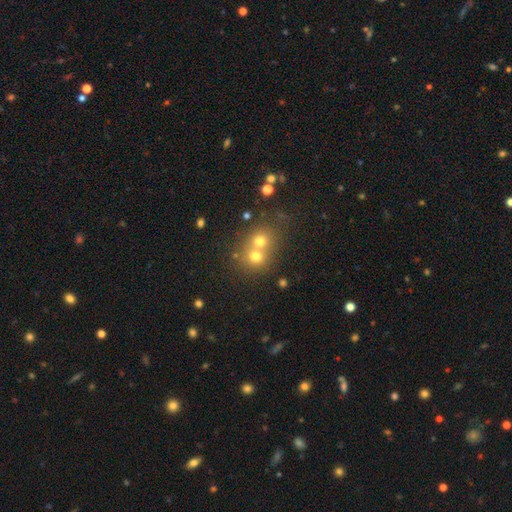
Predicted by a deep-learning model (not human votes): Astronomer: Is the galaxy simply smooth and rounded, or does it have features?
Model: smooth — 60%.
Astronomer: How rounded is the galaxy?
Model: round — 80%.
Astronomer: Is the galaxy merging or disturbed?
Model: merger — 55% (runner-up: none, 37%).